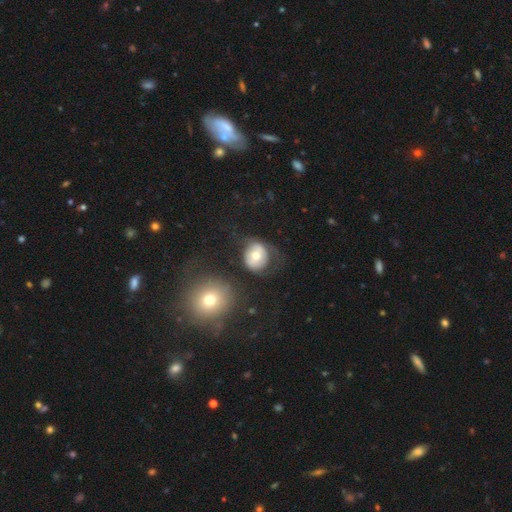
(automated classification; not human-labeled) Smooth or featured? smooth (55%)
How rounded? round (73%)
Merging? none (49%)